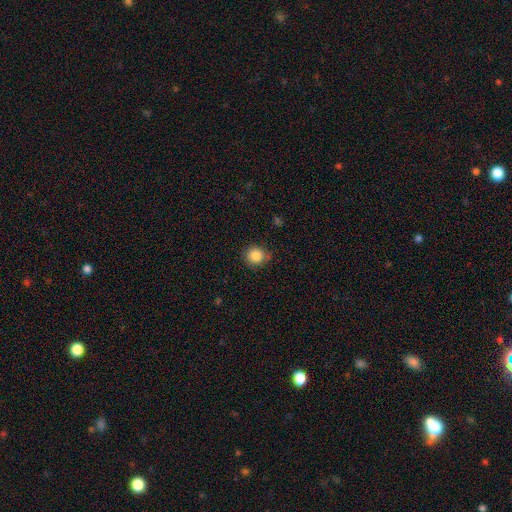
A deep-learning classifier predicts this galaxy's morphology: smooth_or_featured: smooth (p=0.86) [alt: star or artifact p=0.10]
how_rounded: round (p=0.86) [alt: in between p=0.13]
merging: none (p=0.82) [alt: minor disturbance p=0.14]